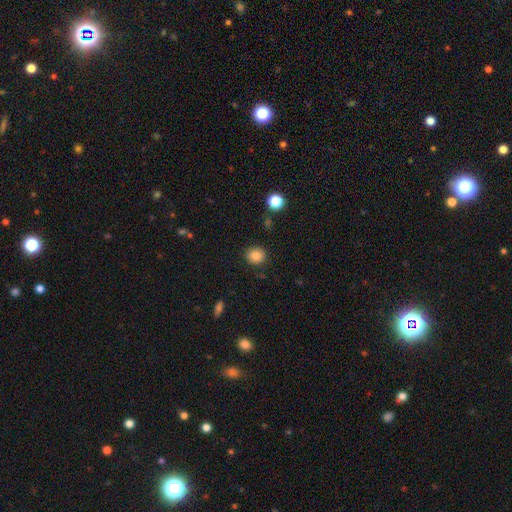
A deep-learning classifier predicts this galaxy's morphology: A smooth galaxy with no disk features (86%) that is round (83%).

Vote fractions:
- Smooth or featured? smooth: 86% / star or artifact: 10% / featured or disk: 4%
- How rounded? round: 83% / in between: 16% / cigar-shaped: 1%
- Merging? none: 88% / minor disturbance: 8% / major disturbance: 3% / merger: 2%